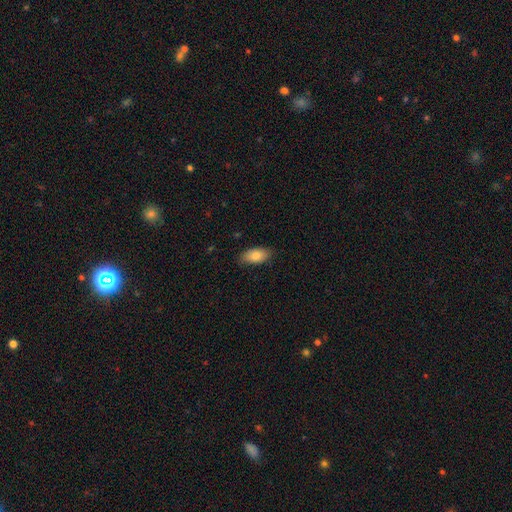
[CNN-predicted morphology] type=smooth (82%); roundness=in between (92%); merging=none (83%).